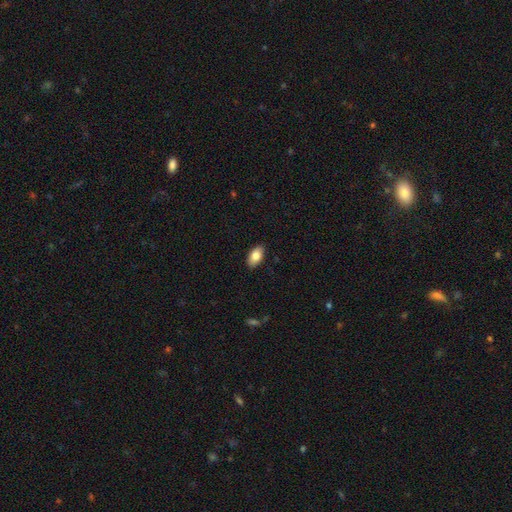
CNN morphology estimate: The model was most divided on "smooth or featured": smooth: 84%, featured or disk: 10%, star or artifact: 7%. More confident: how rounded — in between (93%); merging — none (88%).